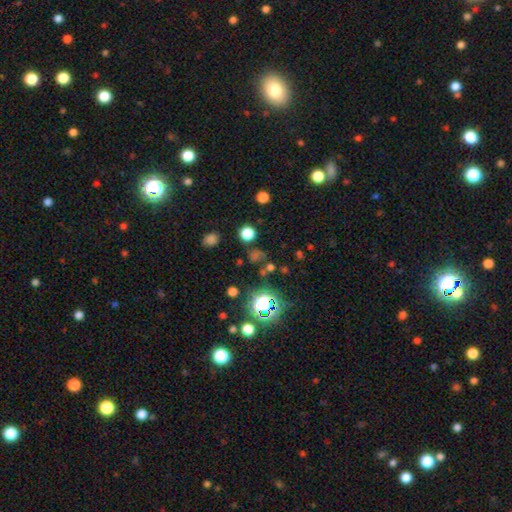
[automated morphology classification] Smooth or featured: star or artifact — 56% (smooth — 36%)